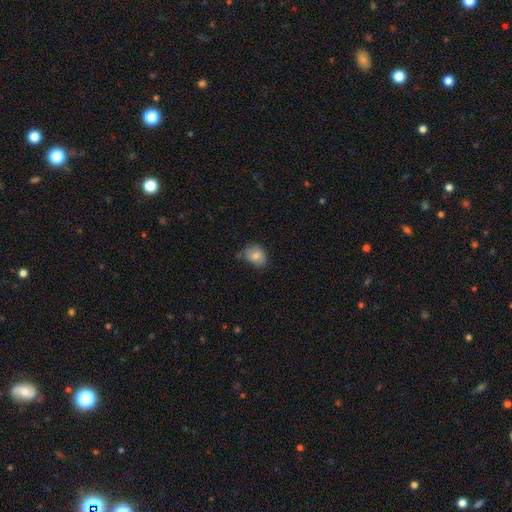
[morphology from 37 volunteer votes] smooth-or-featured: smooth: 86% | featured or disk: 8% | star or artifact: 5%
  how-rounded: in between: 66% | round: 34% | cigar-shaped: 0%
  merging: none: 43% | minor disturbance: 40% | major disturbance: 9% | merger: 9%